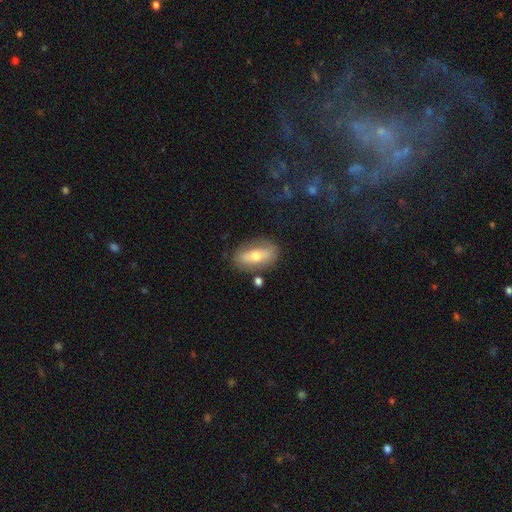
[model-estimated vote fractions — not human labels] smooth_or_featured: smooth (p=0.50) [alt: featured or disk p=0.42]
how_rounded: in between (p=0.83) [alt: cigar-shaped p=0.11]
merging: none (p=0.77) [alt: minor disturbance p=0.14]